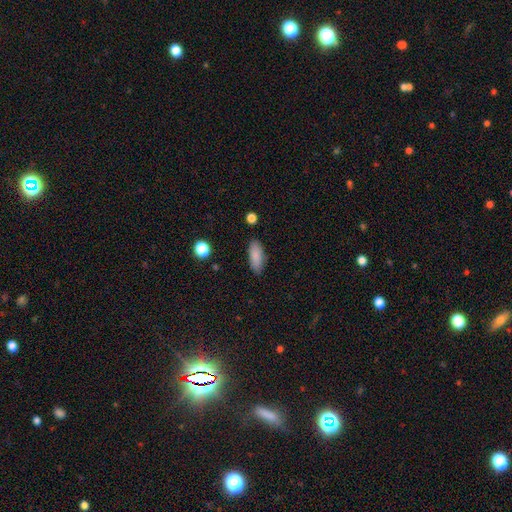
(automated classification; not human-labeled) This appears to be a smooth galaxy with no disk features (87%) that is in between round and cigar-shaped (80%). Merging: none (84%).